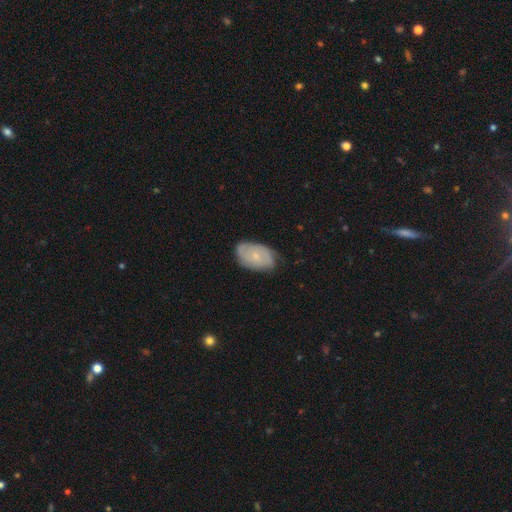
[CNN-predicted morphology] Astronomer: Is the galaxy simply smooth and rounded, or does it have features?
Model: featured or disk — 55% (runner-up: smooth, 38%).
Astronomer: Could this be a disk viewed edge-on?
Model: no — 95%.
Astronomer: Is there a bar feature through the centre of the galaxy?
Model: no — 80%.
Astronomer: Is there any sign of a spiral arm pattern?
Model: yes — 79%.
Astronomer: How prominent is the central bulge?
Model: small — 78%.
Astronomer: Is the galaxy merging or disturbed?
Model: none — 74%.